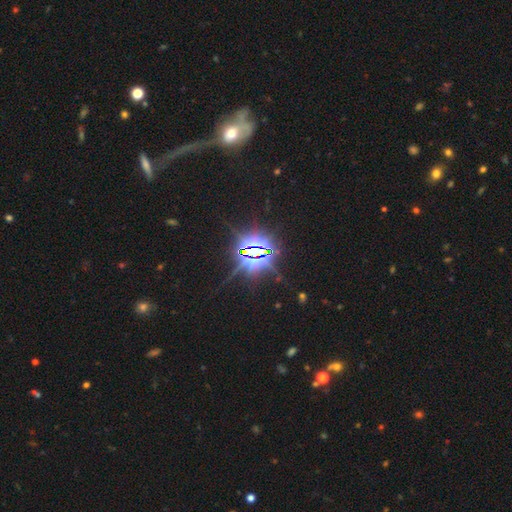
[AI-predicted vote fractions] A star or artifact, not a galaxy (84%).

Vote fractions:
- Smooth or featured? star or artifact: 84% / featured or disk: 9% / smooth: 7%